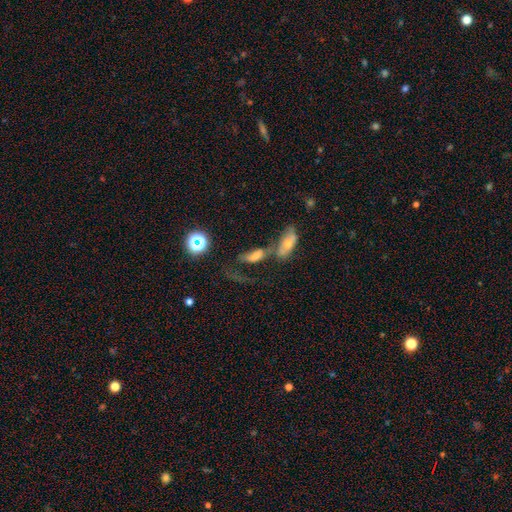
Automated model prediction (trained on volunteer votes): The model was most divided on "smooth or featured": smooth: 53%, featured or disk: 30%, star or artifact: 17%. More confident: how rounded — in between (73%); merging — merger (52%).